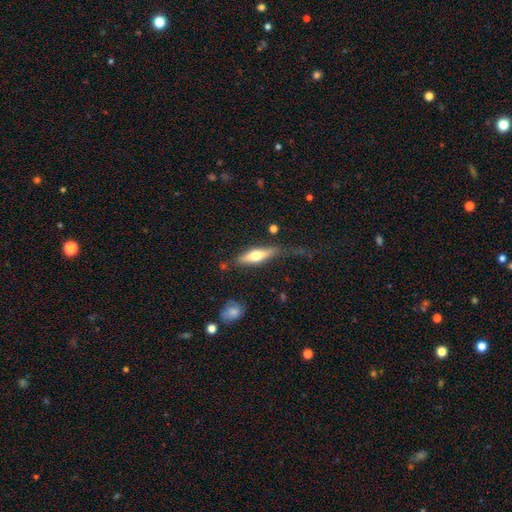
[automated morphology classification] Smooth or featured? Predicted: smooth (p=0.48). Merging? Predicted: none (p=0.65).